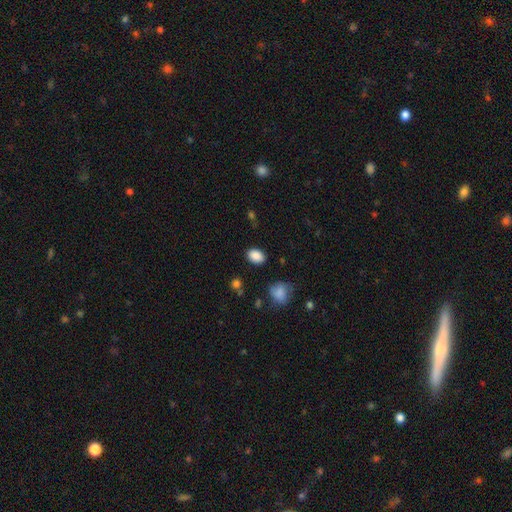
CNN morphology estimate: This appears to be a smooth galaxy with no disk features (88%) that is in between round and cigar-shaped (78%). Merging: none (85%).